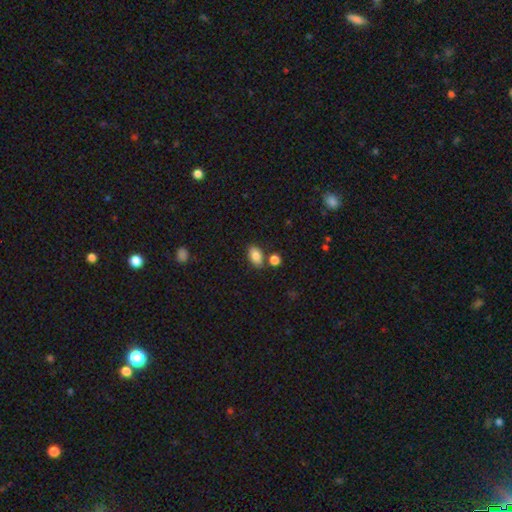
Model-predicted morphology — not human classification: Overall: smooth (84%). How rounded: in between (89%). Merging: none (74%).